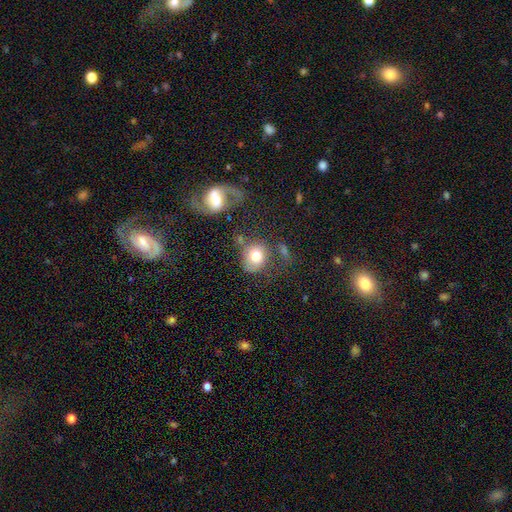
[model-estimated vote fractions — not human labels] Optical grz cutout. It shows a smooth galaxy with no disk features (74%) that is round (71%). Merging: none (52%).